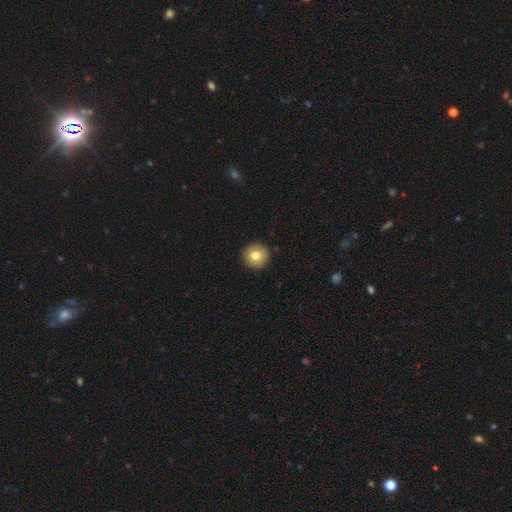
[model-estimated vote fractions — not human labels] smooth_or_featured: smooth (p=0.77) [alt: featured or disk p=0.15]
how_rounded: round (p=0.96) [alt: in between p=0.04]
merging: none (p=0.92) [alt: minor disturbance p=0.05]